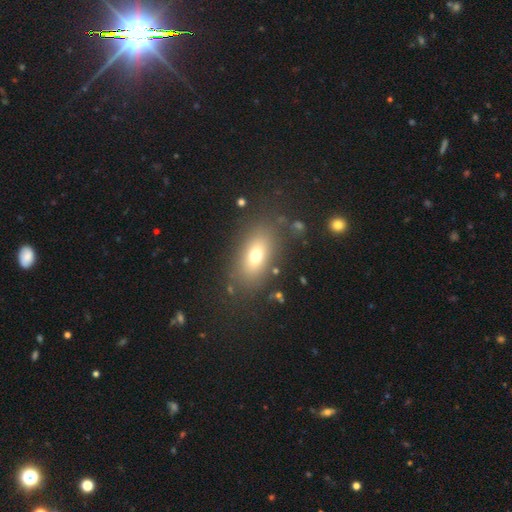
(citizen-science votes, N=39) Q: Smooth or featured?
A: smooth (67%); runner-up: featured or disk (21%)
Q: How rounded?
A: in between (73%); runner-up: round (19%)
Q: Merging?
A: none (74%); runner-up: minor disturbance (18%)